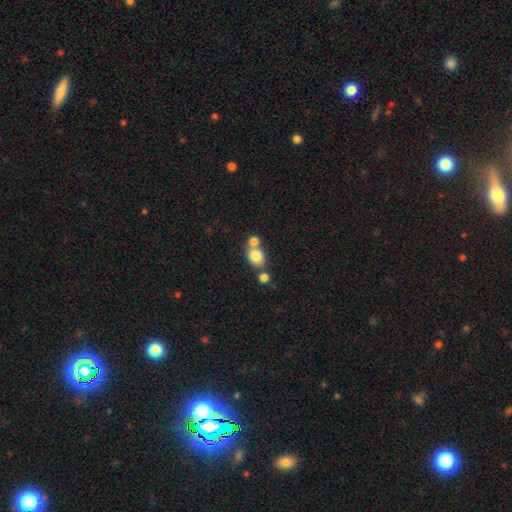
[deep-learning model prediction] Smooth or featured? smooth (80%)
How rounded? in between (50%)
Merging? none (47%)